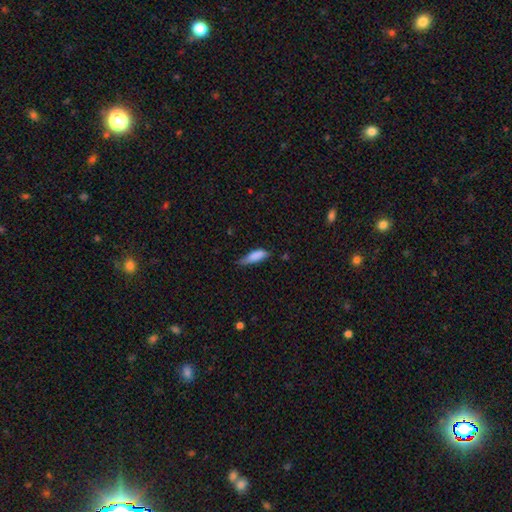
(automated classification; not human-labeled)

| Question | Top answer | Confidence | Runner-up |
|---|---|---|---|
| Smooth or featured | smooth | 82% | featured or disk (10%) |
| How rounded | in between | 53% | cigar-shaped (45%) |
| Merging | none | 45% | minor disturbance (42%) |